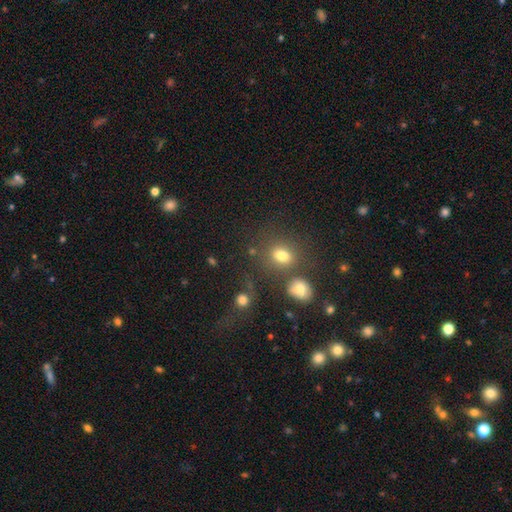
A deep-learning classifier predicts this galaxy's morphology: A smooth galaxy with no disk features (54%) that is round (87%).

Vote fractions:
- Smooth or featured? smooth: 54% / star or artifact: 38% / featured or disk: 8%
- How rounded? round: 87% / in between: 11% / cigar-shaped: 1%
- Merging? none: 69% / merger: 19% / minor disturbance: 8% / major disturbance: 4%